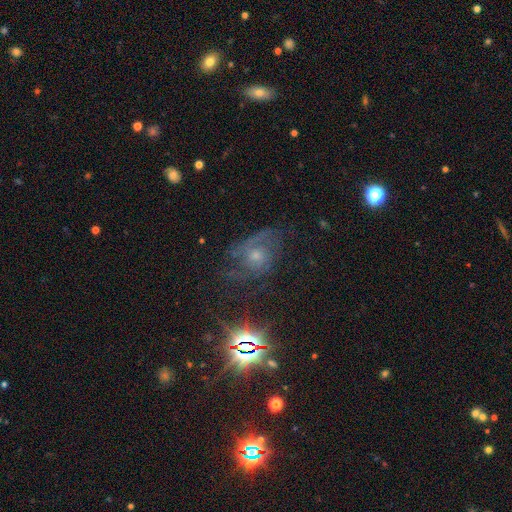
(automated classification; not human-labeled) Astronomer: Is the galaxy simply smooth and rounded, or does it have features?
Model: featured or disk — 55%.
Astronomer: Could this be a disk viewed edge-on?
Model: no — 95%.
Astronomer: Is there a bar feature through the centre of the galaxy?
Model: no — 80%.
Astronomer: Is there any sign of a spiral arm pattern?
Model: yes — 77%.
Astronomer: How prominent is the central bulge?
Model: small — 53% (runner-up: moderate, 37%).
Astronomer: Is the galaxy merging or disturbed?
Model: none — 49% (runner-up: major disturbance, 27%).